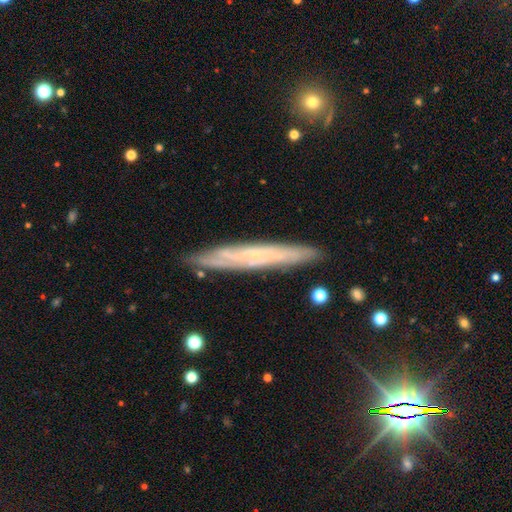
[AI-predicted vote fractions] Overall: featured or disk (59%; smooth 33%). Edge-on disk: yes (80%). Merging: none (86%).